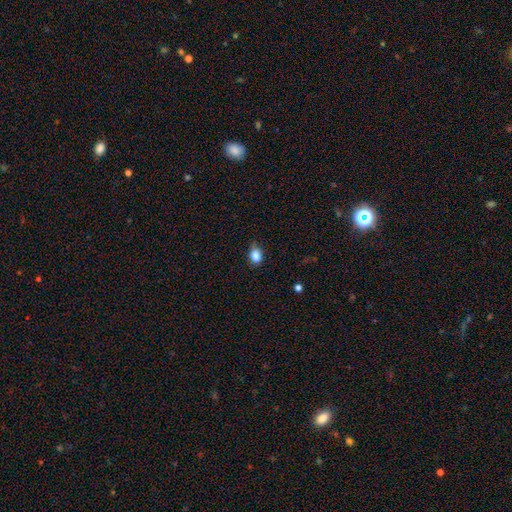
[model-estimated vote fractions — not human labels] A smooth galaxy with no disk features (85%) that is in between round and cigar-shaped (66%).

Vote fractions:
- Smooth or featured? smooth: 85% / star or artifact: 10% / featured or disk: 5%
- How rounded? in between: 66% / round: 33% / cigar-shaped: 1%
- Merging? none: 70% / minor disturbance: 25% / major disturbance: 4% / merger: 1%